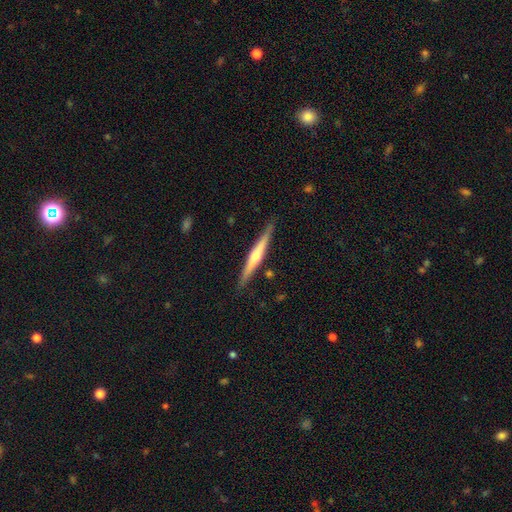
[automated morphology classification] Overall: featured or disk (66%; smooth 29%). Edge-on disk: yes (98%). Edge-on bulge: rounded (72%). Merging: none (88%).